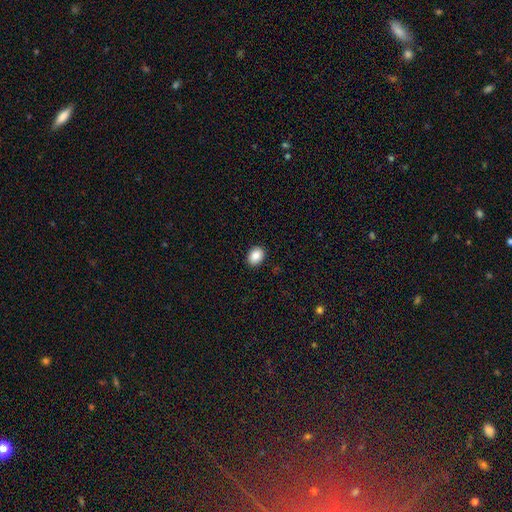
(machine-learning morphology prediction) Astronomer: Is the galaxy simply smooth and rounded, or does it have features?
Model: smooth — 88%.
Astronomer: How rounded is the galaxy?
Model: in between — 69%.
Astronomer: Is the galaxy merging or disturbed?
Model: none — 91%.